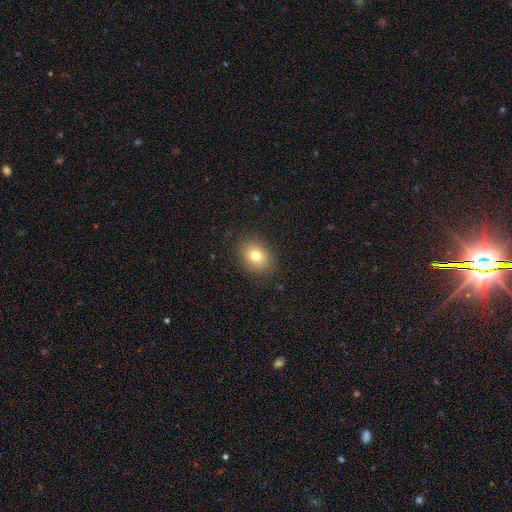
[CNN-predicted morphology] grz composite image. It shows a smooth galaxy with no disk features (78%) that is in between round and cigar-shaped (65%). Merging: none (86%).